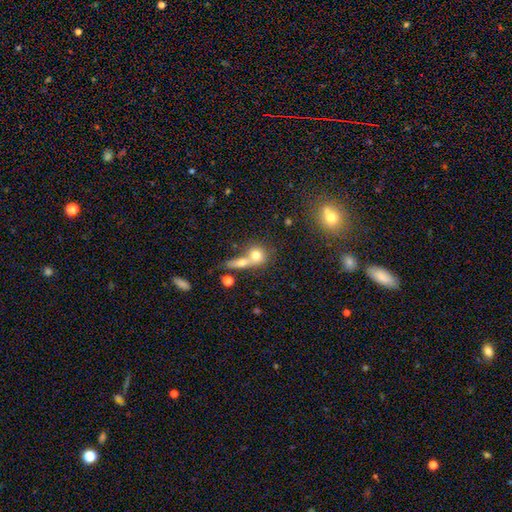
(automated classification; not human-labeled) Smooth or featured?
  - smooth: 73% *
  - featured or disk: 17%
  - star or artifact: 10%
How rounded?
  - round: 70% *
  - in between: 25%
  - cigar-shaped: 5%
Merging?
  - merger: 53% *
  - none: 34%
  - minor disturbance: 8%
  - major disturbance: 5%